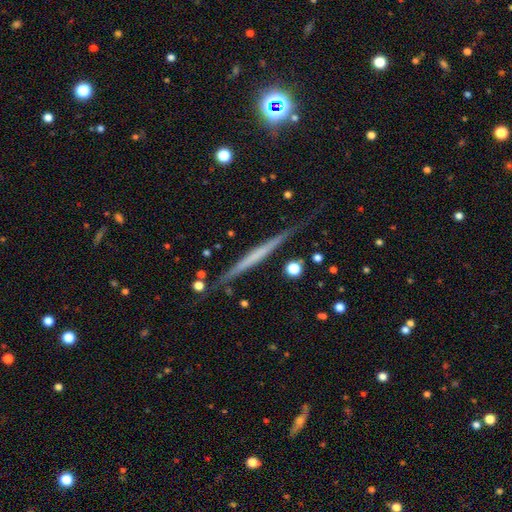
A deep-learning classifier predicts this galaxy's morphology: This is likely a featured or disk galaxy (62%). It is clearly viewed edge-on (97%). Edge-on bulge: clearly none (81%). Merging: clearly none (82%).